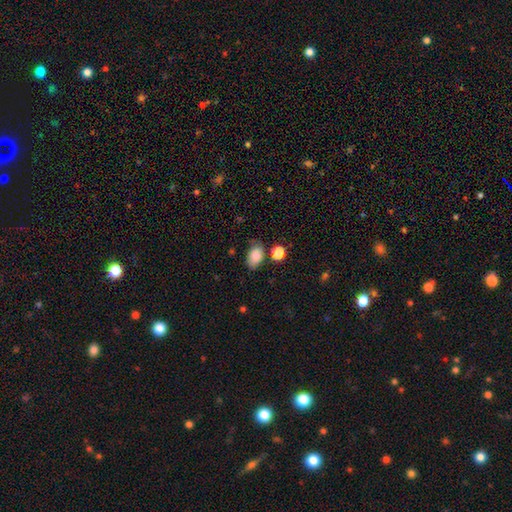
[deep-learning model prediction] Smooth or featured? smooth (84%)
How rounded? in between (88%)
Merging? none (68%)